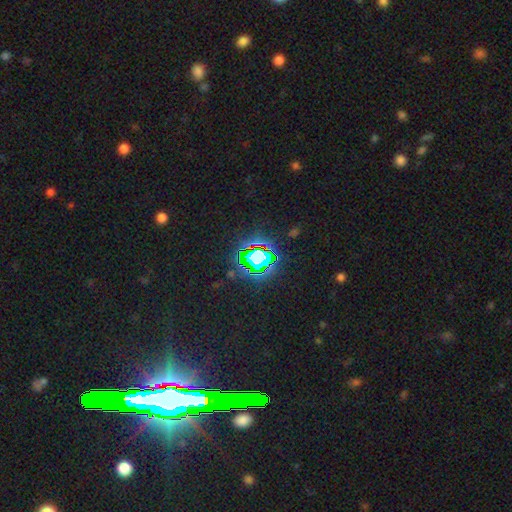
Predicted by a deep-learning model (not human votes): Smooth or featured? star or artifact (83%)